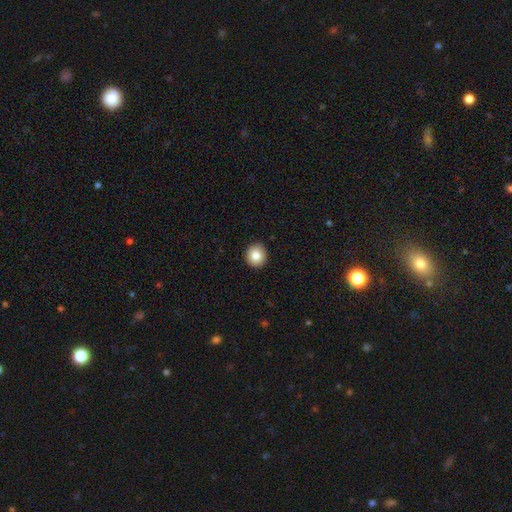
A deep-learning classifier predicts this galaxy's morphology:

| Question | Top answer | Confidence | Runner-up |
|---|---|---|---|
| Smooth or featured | smooth | 84% | star or artifact (9%) |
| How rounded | round | 88% | in between (11%) |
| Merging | none | 91% | minor disturbance (6%) |